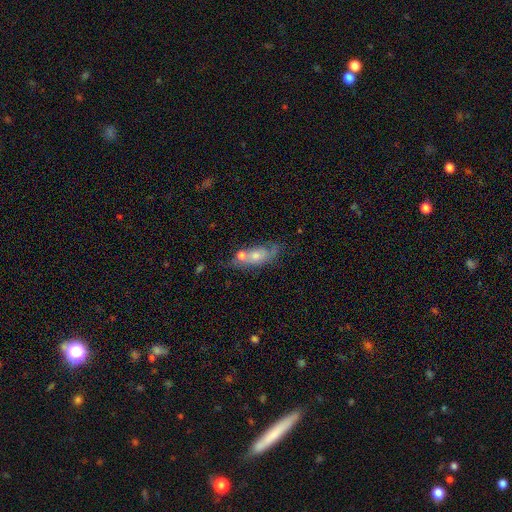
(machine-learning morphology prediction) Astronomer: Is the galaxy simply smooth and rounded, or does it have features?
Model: smooth — 46% (runner-up: featured or disk, 43%).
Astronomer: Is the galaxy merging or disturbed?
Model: none — 39% (runner-up: merger, 32%).